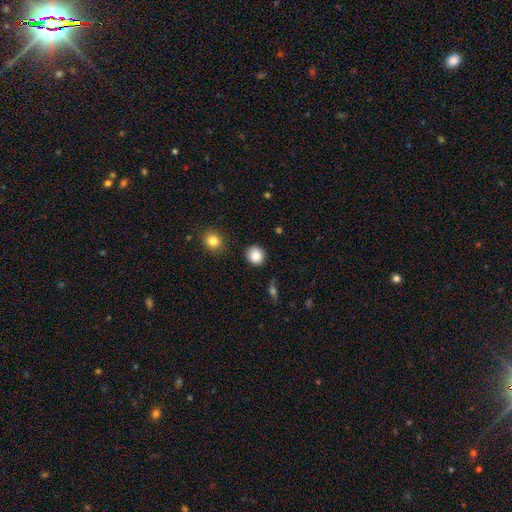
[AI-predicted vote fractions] Smooth or featured? Predicted: smooth (p=0.87). How rounded? Predicted: round (p=0.82). Merging? Predicted: none (p=0.87).